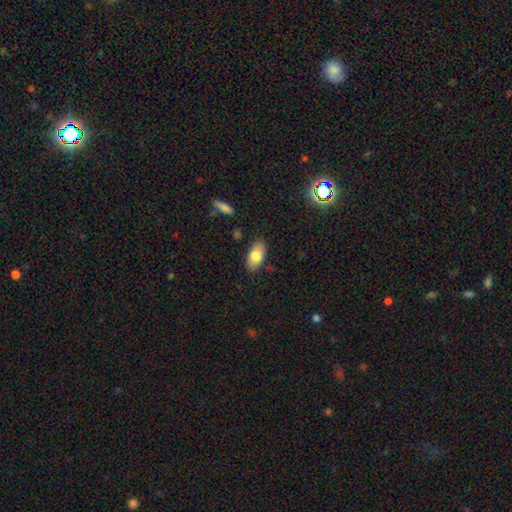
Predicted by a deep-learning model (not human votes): The model was most divided on "smooth or featured": smooth: 79%, featured or disk: 14%, star or artifact: 7%. More confident: how rounded — in between (93%); merging — none (85%).